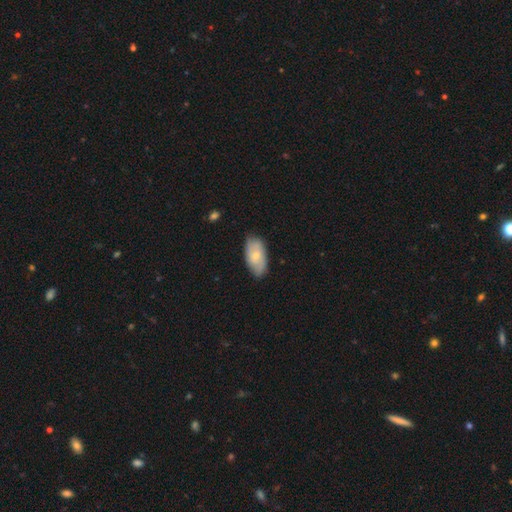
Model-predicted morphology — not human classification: smooth_or_featured: smooth (p=0.61) [alt: featured or disk p=0.33]
how_rounded: in between (p=0.93) [alt: round p=0.04]
merging: none (p=0.75) [alt: minor disturbance p=0.20]